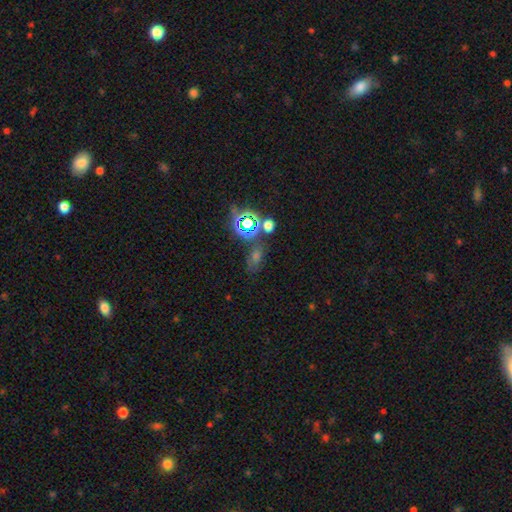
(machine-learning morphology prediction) The model was most divided on "smooth or featured": star or artifact: 52%, smooth: 33%, featured or disk: 15%.